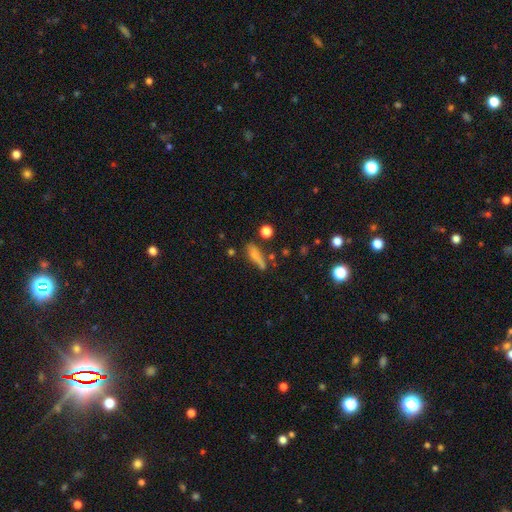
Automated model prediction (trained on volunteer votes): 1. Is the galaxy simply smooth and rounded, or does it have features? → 68% smooth, 21% featured or disk, 11% star or artifact.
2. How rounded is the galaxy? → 61% cigar-shaped, 33% in between, 5% round.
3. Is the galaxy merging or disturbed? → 57% none, 24% minor disturbance, 10% merger, 9% major disturbance.